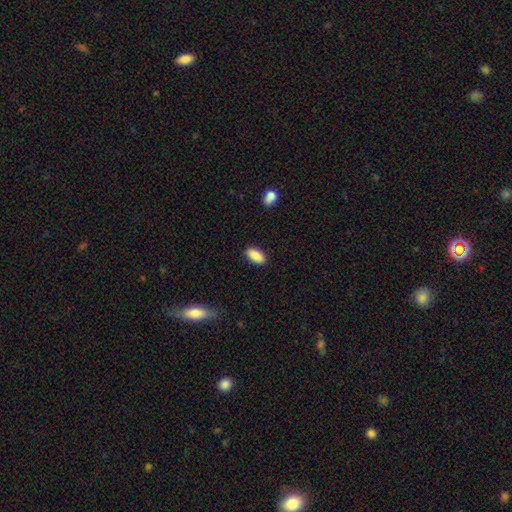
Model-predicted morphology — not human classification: This appears to be a smooth galaxy with no disk features (88%) that is in between round and cigar-shaped (89%). Merging: none (88%).